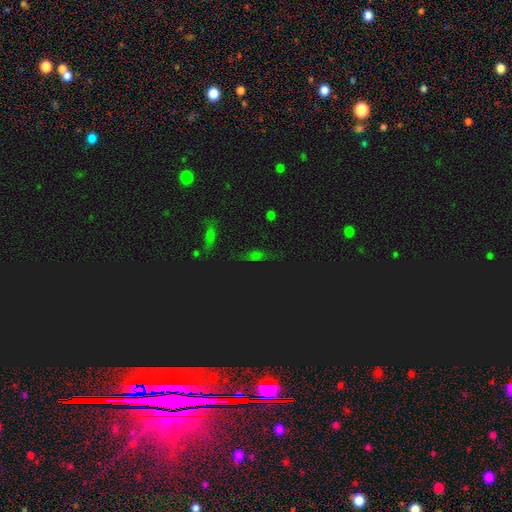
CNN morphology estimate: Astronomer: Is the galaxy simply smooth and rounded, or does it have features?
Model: star or artifact — 54% (runner-up: smooth, 33%).